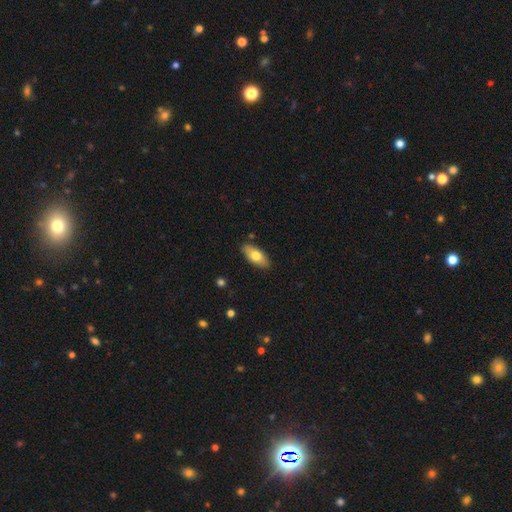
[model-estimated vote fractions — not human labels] Smooth or featured: smooth — 73% (featured or disk — 21%)
How rounded: in between — 86% (cigar-shaped — 11%)
Merging: none — 87% (minor disturbance — 10%)